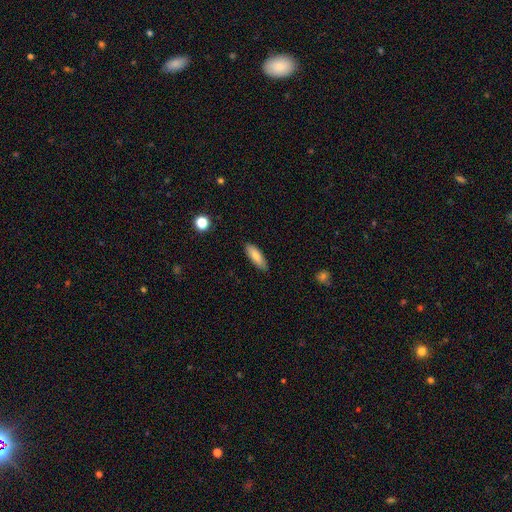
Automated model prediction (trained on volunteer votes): A smooth galaxy with no disk features (79%) that is in between round and cigar-shaped (58%). Merging: none (85%).